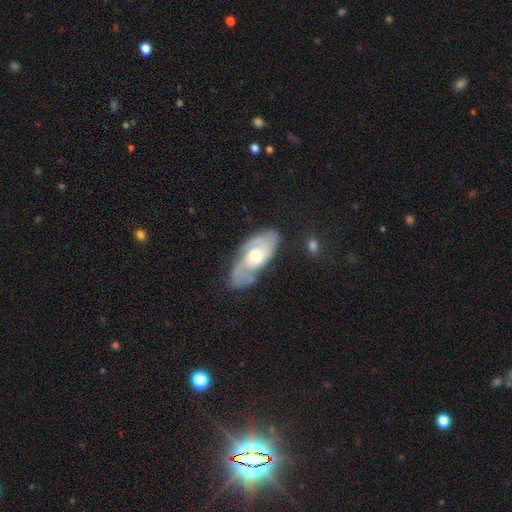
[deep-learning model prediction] featured or disk 76%, smooth 18%, star or artifact 5%. Down the decision tree: edge-on disk — no (92%); bar — no (62%); spiral arms — yes (91%); spiral arm count — 2 (54%); spiral winding — tight (48%); bulge size — moderate (66%); merging — none (58%).